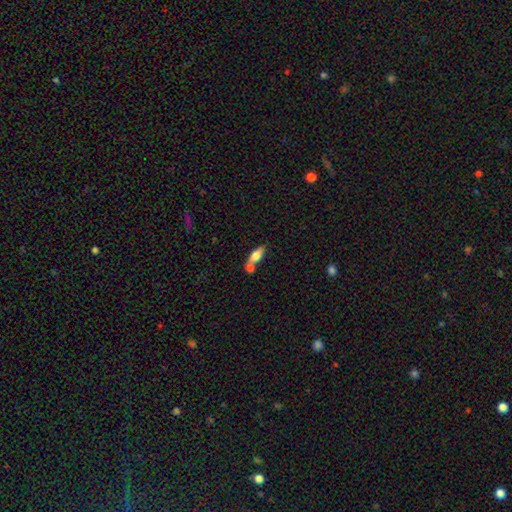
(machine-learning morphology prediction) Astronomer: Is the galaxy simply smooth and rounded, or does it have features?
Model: smooth — 63%.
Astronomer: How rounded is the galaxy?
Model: in between — 68%.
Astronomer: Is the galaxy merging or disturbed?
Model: none — 46% (runner-up: merger, 37%).